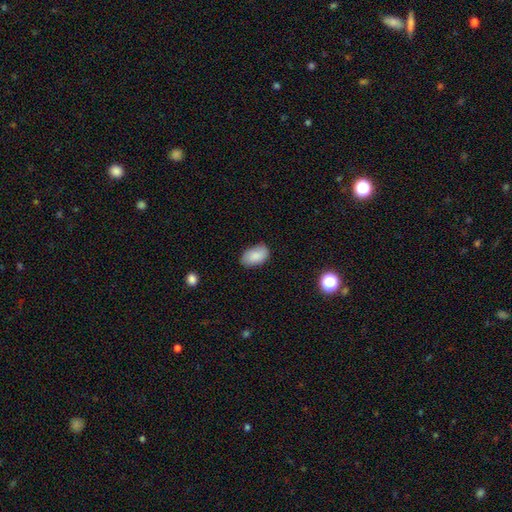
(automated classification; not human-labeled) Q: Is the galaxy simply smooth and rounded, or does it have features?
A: smooth — 86%.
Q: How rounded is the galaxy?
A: in between — 91%.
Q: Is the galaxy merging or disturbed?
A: none — 77%.